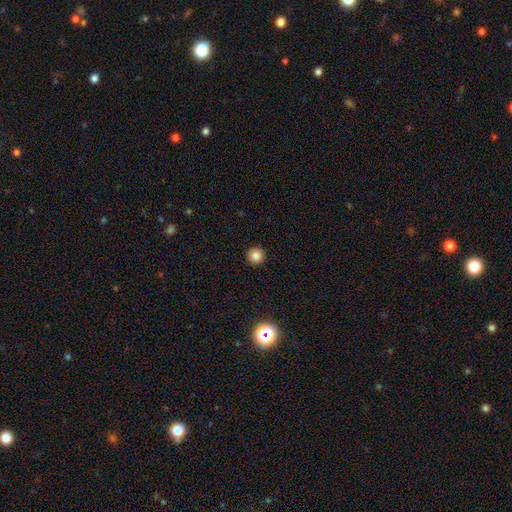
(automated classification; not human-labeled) The model was most divided on "smooth or featured": smooth: 83%, star or artifact: 12%, featured or disk: 5%. More confident: how rounded — round (96%); merging — none (93%).